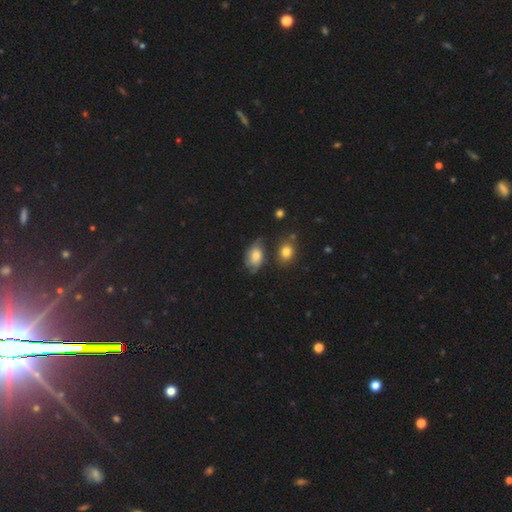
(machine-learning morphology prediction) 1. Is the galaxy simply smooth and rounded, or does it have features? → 47% smooth, 43% featured or disk, 10% star or artifact.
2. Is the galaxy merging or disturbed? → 47% none, 31% minor disturbance, 15% major disturbance, 6% merger.